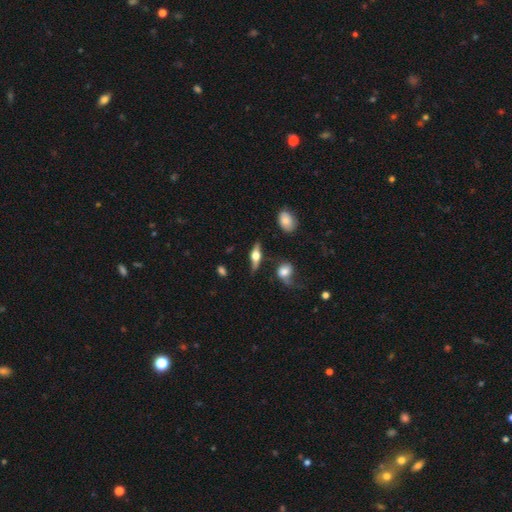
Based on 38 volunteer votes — Smooth or featured? 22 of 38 (58%) said featured or disk. Edge-on disk? 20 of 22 (91%) said yes. Edge-on bulge? 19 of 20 (95%) said rounded. Merging? 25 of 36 (69%) said none.